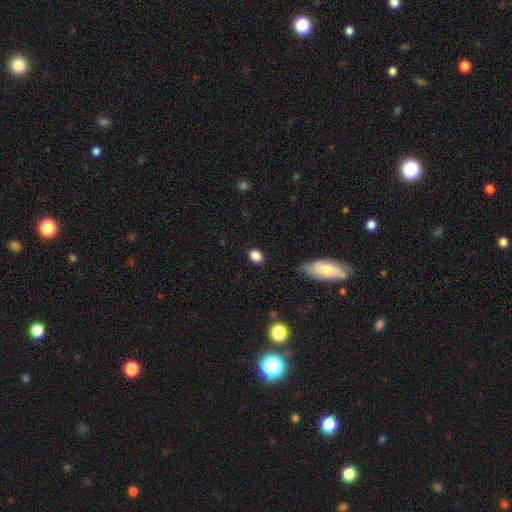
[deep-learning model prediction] Smooth or featured? Predicted: smooth (p=0.86). How rounded? Predicted: in between (p=0.60). Merging? Predicted: none (p=0.85).